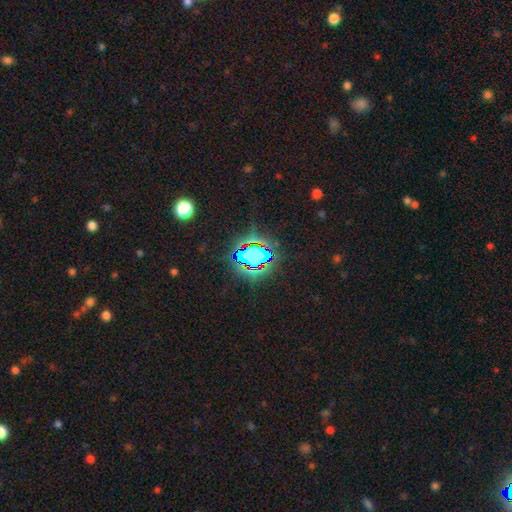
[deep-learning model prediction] smooth-or-featured: star or artifact: 81% | smooth: 11% | featured or disk: 7%